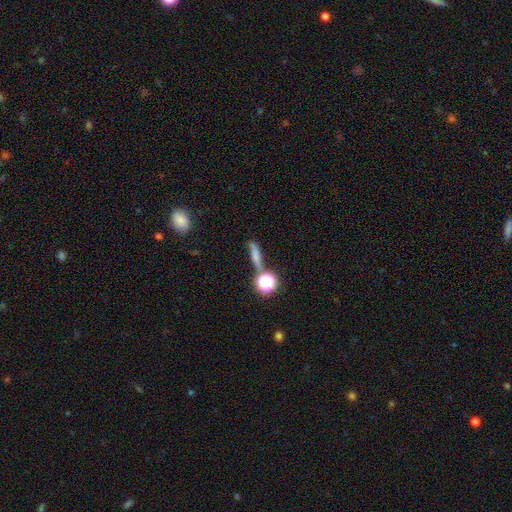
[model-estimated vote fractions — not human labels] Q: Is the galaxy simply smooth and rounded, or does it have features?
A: smooth — 58%.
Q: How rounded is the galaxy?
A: cigar-shaped — 58%.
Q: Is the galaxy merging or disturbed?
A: none — 58%.